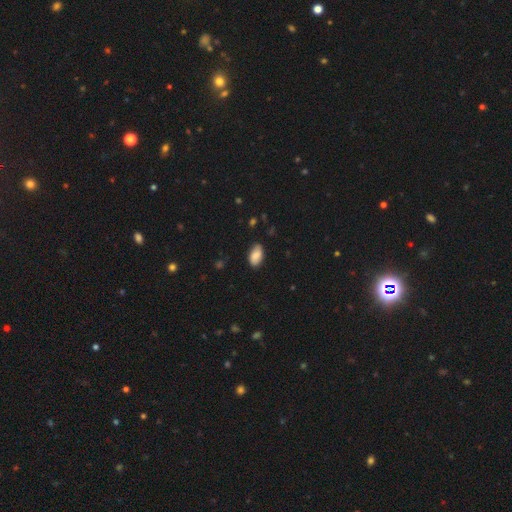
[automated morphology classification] type=smooth (83%); roundness=in between (94%); merging=none (80%).